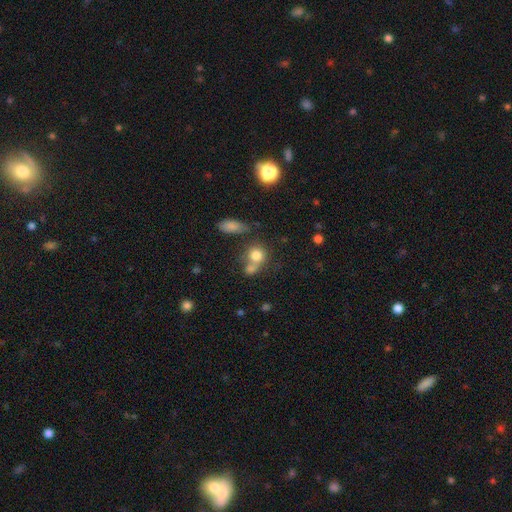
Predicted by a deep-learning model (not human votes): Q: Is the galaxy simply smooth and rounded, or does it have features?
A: smooth — 77%.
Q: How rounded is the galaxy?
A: round — 74%.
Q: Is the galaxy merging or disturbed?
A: none — 41%, tied with merger.